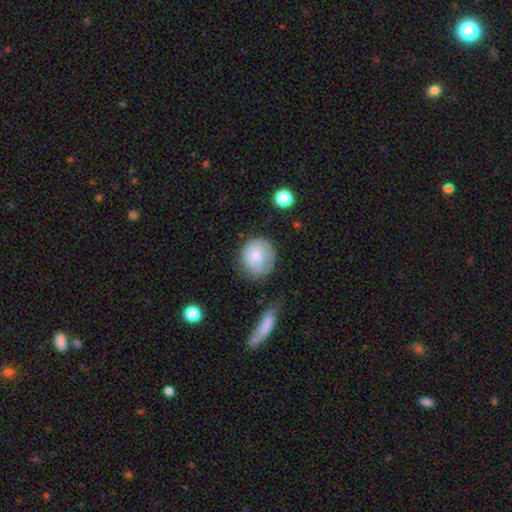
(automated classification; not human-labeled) Overall: smooth (67%). How rounded: round (78%). Merging: none (56%; minor disturbance 28%).